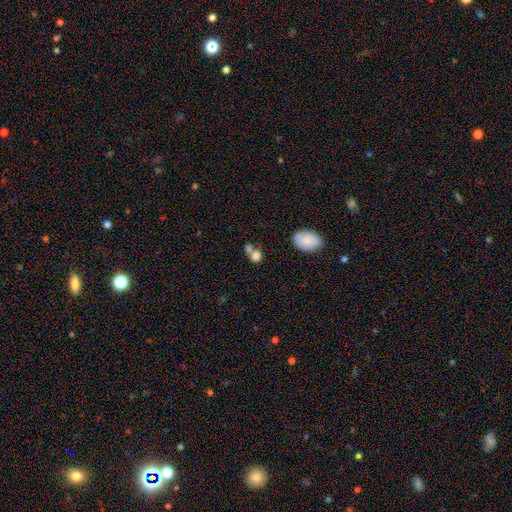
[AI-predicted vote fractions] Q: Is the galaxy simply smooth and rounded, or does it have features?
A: smooth — 78%.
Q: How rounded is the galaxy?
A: round — 52%.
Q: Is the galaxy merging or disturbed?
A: merger — 49%.